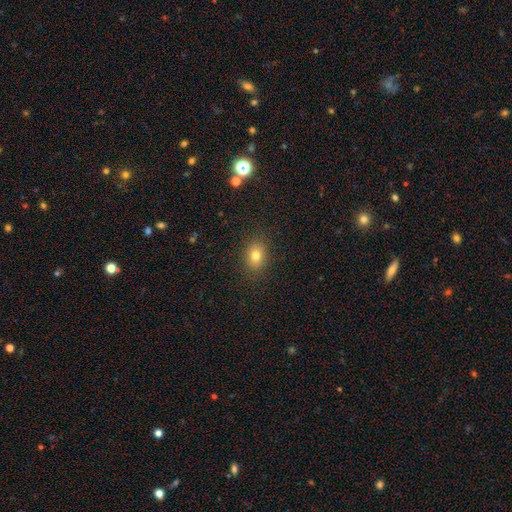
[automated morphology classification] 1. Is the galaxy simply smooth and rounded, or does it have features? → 78% smooth, 14% star or artifact, 9% featured or disk.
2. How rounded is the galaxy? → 57% in between, 41% round, 1% cigar-shaped.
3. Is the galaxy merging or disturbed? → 88% none, 8% minor disturbance, 3% major disturbance, 1% merger.